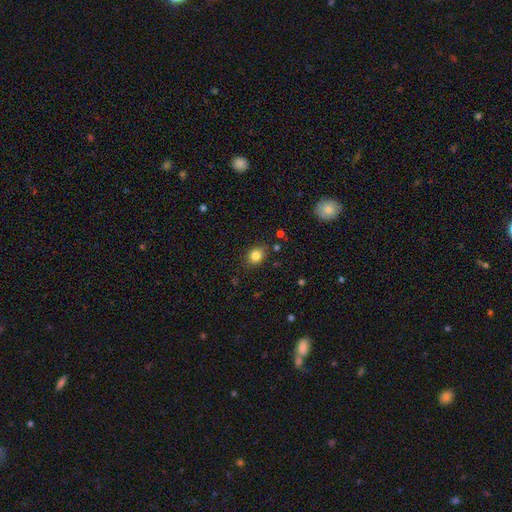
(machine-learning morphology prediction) smooth-or-featured: smooth: 83% | star or artifact: 11% | featured or disk: 6%
  how-rounded: round: 62% | in between: 37% | cigar-shaped: 1%
  merging: none: 82% | minor disturbance: 12% | major disturbance: 3% | merger: 2%